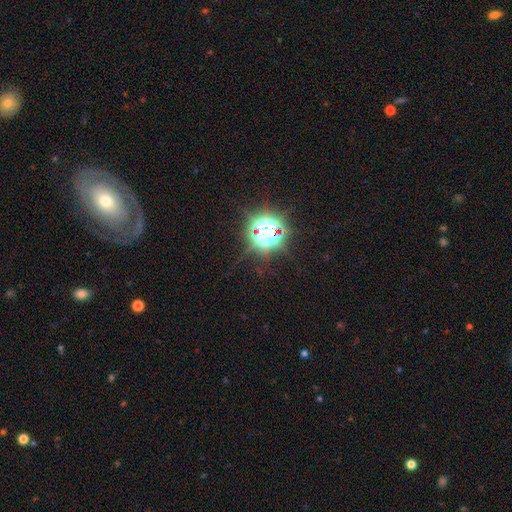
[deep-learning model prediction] A star or artifact, not a galaxy (64%).

Vote fractions:
- Smooth or featured? star or artifact: 64% / featured or disk: 20% / smooth: 16%